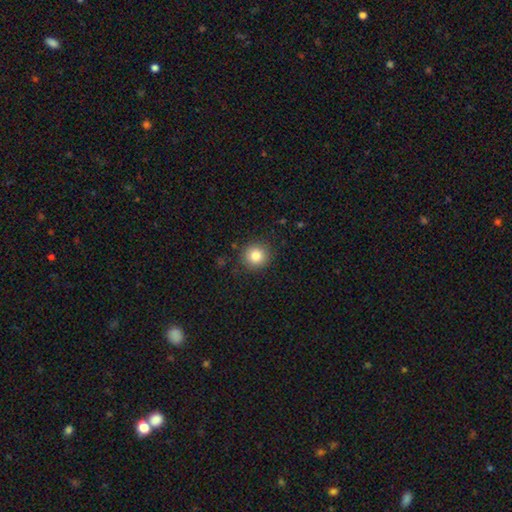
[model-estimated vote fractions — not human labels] smooth_or_featured: smooth (p=0.82) [alt: star or artifact p=0.11]
how_rounded: round (p=0.92) [alt: in between p=0.07]
merging: none (p=0.89) [alt: minor disturbance p=0.07]